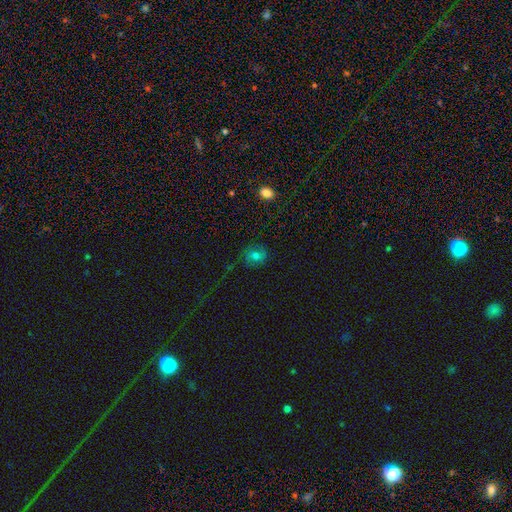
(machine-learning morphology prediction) smooth_or_featured: smooth (p=0.63) [alt: featured or disk p=0.23]
how_rounded: round (p=0.73) [alt: in between p=0.26]
merging: none (p=0.78) [alt: minor disturbance p=0.15]